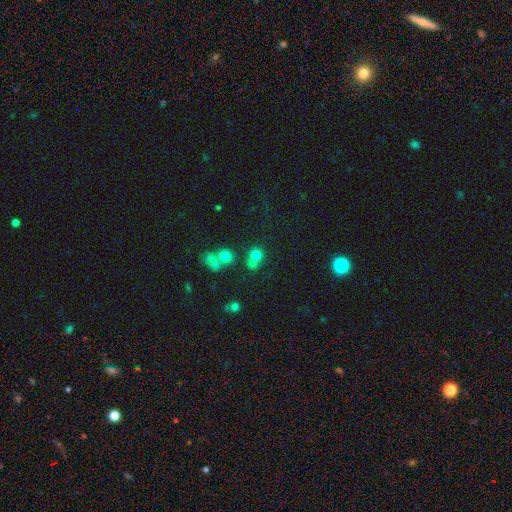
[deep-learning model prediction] Morphology: type=smooth (71%); roundness=round (85%); merging=none (50%).